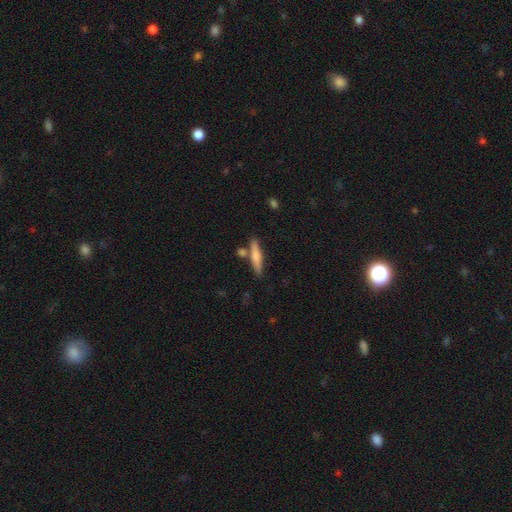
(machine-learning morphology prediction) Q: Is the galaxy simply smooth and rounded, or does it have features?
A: smooth — 60%.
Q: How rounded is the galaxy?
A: cigar-shaped — 87%.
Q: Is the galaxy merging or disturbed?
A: none — 76%.